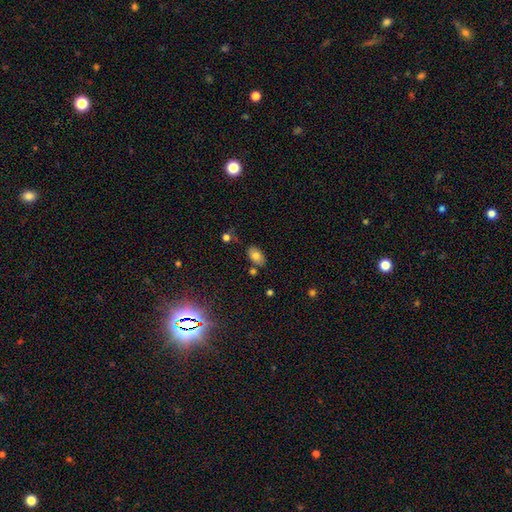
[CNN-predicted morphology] This appears to be a smooth galaxy with no disk features (78%) that is in between round and cigar-shaped (90%). Merging: none (72%).